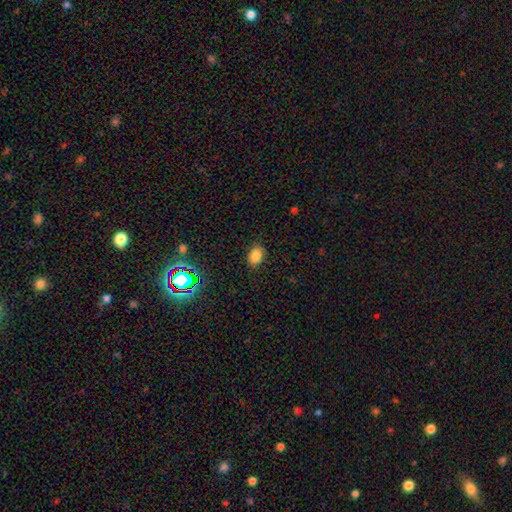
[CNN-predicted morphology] This is clearly a smooth galaxy (83%). How rounded: likely in between (78%). Merging: clearly none (83%).